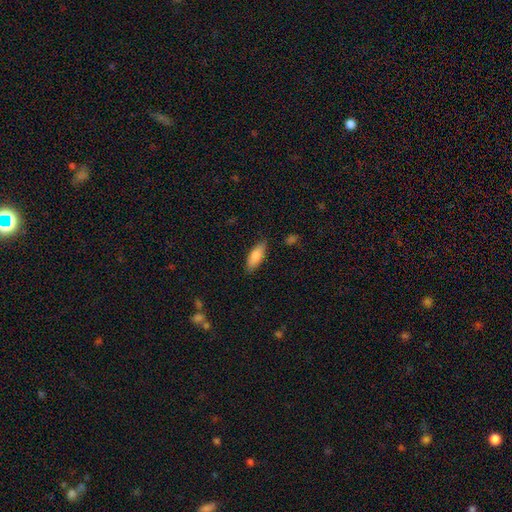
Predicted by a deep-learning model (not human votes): smooth_or_featured: smooth (p=0.81) [alt: featured or disk p=0.13]
how_rounded: in between (p=0.73) [alt: cigar-shaped p=0.25]
merging: none (p=0.85) [alt: minor disturbance p=0.12]